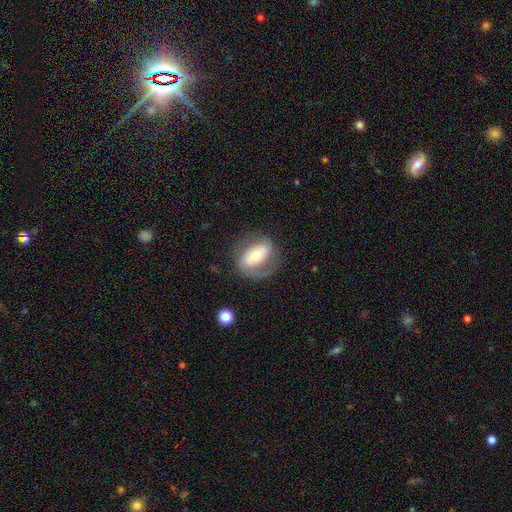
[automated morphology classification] A featured or disk galaxy (65%) with a strong bar (34%), spiral arms (78%) and a moderate central bulge (58%). Merging: none (66%).